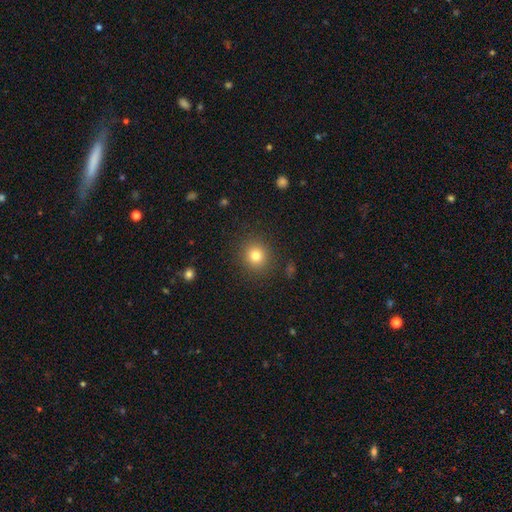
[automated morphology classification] This is likely a smooth galaxy (79%). How rounded: clearly round (88%). Merging: clearly none (89%).